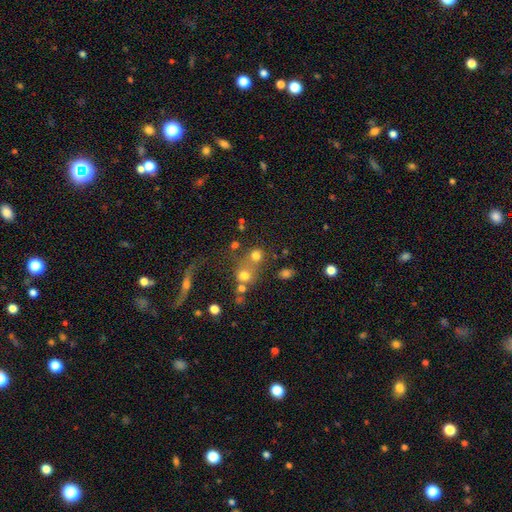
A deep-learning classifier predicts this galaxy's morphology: Smooth or featured? smooth (71%)
How rounded? round (86%)
Merging? none (53%)